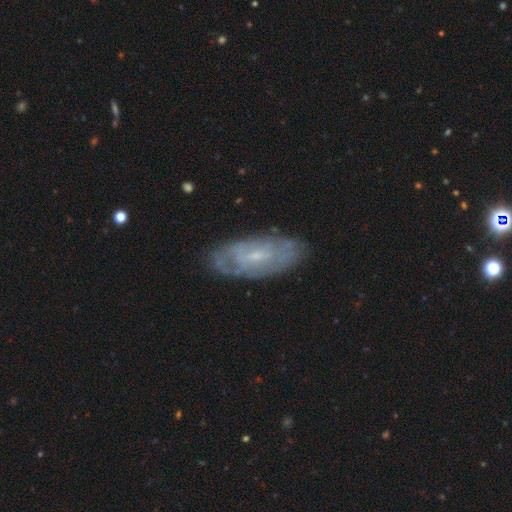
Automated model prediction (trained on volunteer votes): smooth-or-featured: featured or disk: 65% | smooth: 27% | star or artifact: 7%
  disk-edge-on: no: 88% | yes: 12%
    bar: no: 51% | weak: 41% | strong: 8%
    has-spiral-arms: yes: 67% | no: 33%
    bulge-size: small: 67% | moderate: 22% | none: 8% | large: 1% | dominant: 1%
  merging: none: 75% | minor disturbance: 18% | major disturbance: 5% | merger: 2%